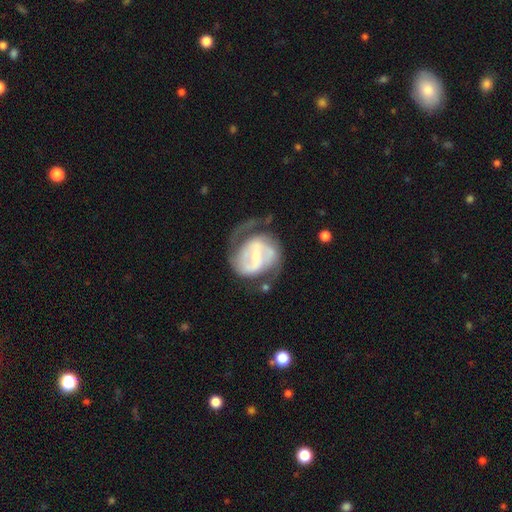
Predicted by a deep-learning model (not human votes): Smooth or featured? featured or disk (85%)
Edge-on disk? no (98%)
Bar? weak (49%)
Spiral arms? yes (93%)
Spiral winding? medium (44%)
Spiral arm count? 2 (73%)
Bulge size? small (51%)
Merging? none (50%)